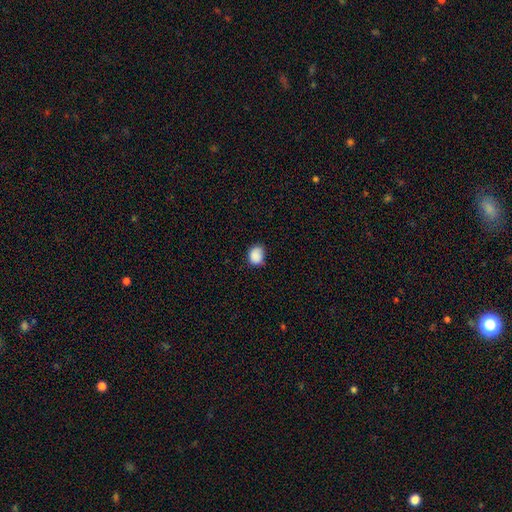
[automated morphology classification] This appears to be a smooth galaxy with no disk features (88%) that is round (59%). Merging: none (70%).